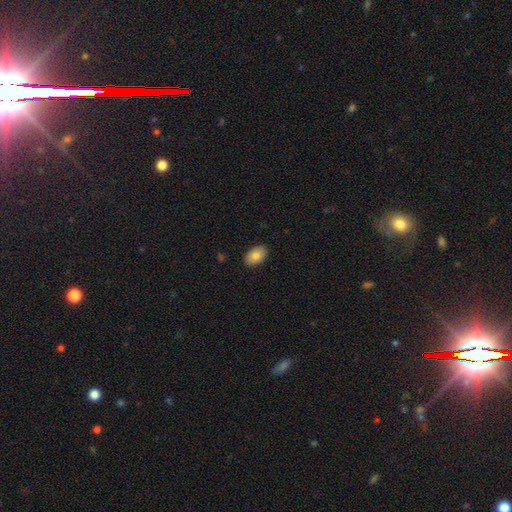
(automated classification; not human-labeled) This appears to be a smooth galaxy with no disk features (82%) that is in between round and cigar-shaped (91%). Merging: none (89%).